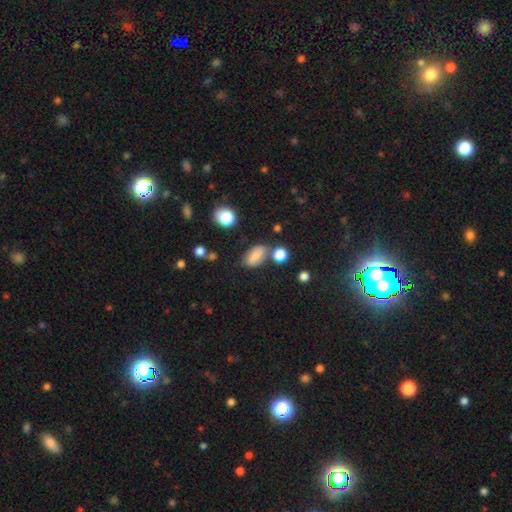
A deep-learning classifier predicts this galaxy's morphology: Smooth or featured?
  - smooth: 75% *
  - featured or disk: 15%
  - star or artifact: 11%
How rounded?
  - in between: 86% *
  - round: 9%
  - cigar-shaped: 5%
Merging?
  - none: 67% *
  - minor disturbance: 17%
  - merger: 11%
  - major disturbance: 5%